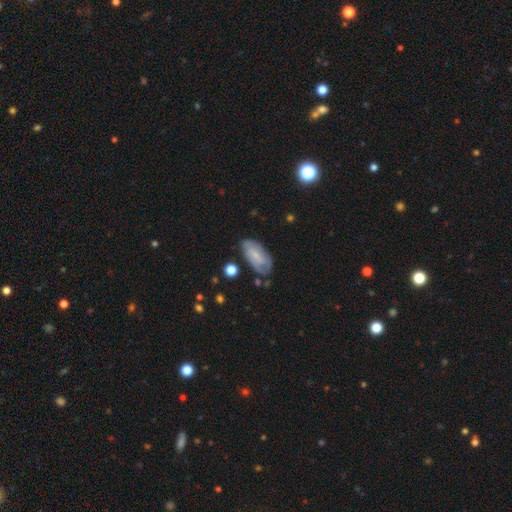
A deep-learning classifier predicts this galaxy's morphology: smooth 48%, featured or disk 45%, star or artifact 7%. Down the decision tree: merging — none (62%).